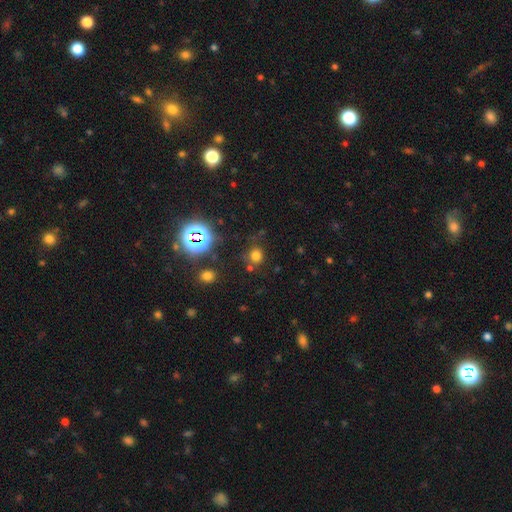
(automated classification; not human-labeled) A smooth galaxy with no disk features (67%) that is round (84%). Merging: none (75%).